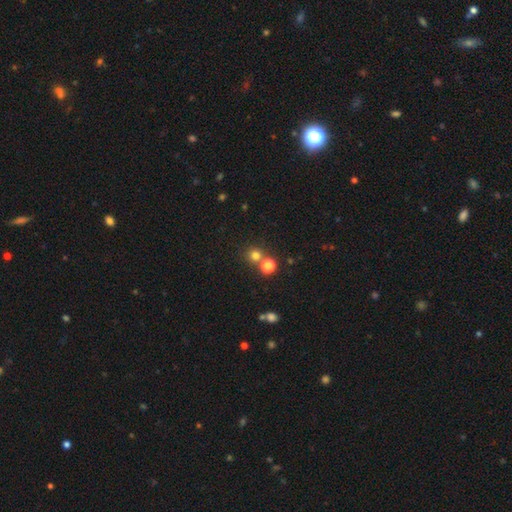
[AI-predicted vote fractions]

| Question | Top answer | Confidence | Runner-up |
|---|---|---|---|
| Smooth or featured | smooth | 73% | star or artifact (20%) |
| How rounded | round | 91% | in between (8%) |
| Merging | none | 68% | merger (23%) |